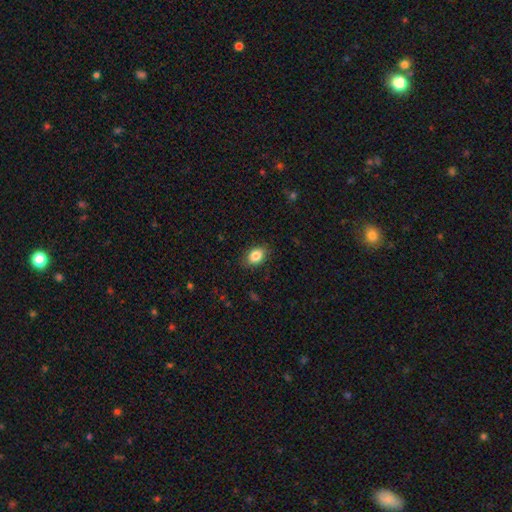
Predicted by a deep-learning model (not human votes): Smooth or featured? Predicted: smooth (p=0.85). How rounded? Predicted: in between (p=0.78). Merging? Predicted: none (p=0.85).